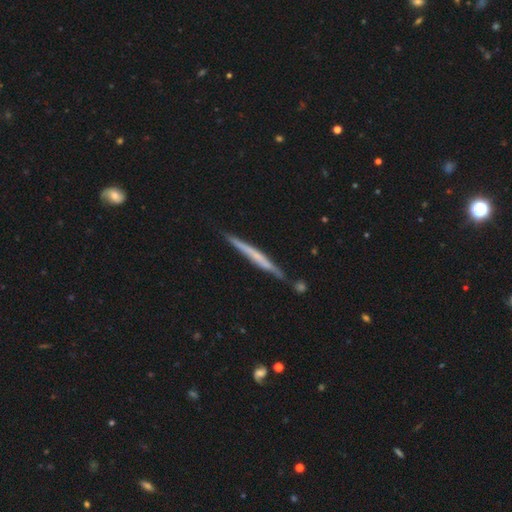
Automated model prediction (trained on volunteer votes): Morphology: type=featured or disk (58%); edge-on=yes (96%); edge-on bulge=none (74%); merging=none (82%).